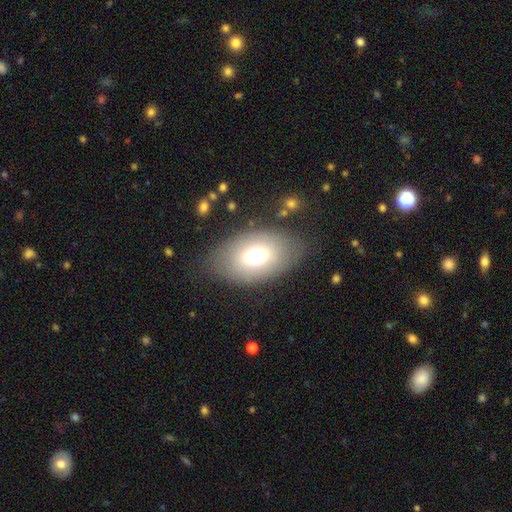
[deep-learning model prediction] Morphology: type=smooth (68%); roundness=in between (80%); merging=none (77%).